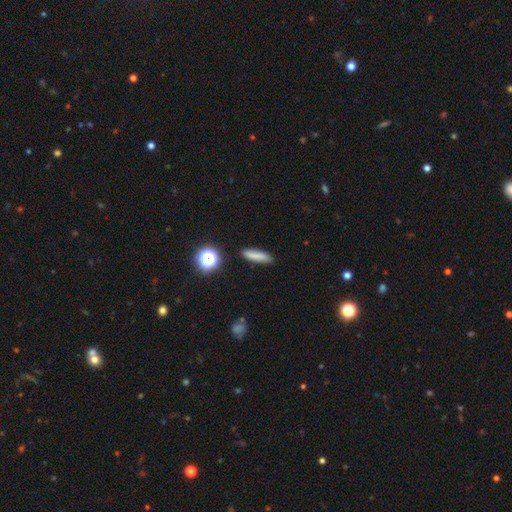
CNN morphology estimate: smooth_or_featured: smooth (p=0.79) [alt: star or artifact p=0.11]
how_rounded: cigar-shaped (p=0.74) [alt: in between p=0.22]
merging: none (p=0.86) [alt: minor disturbance p=0.10]